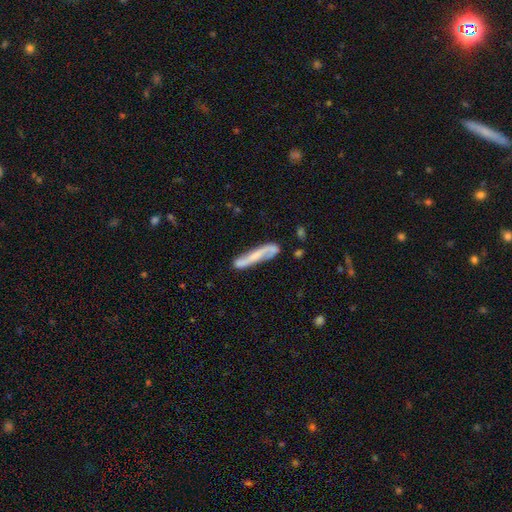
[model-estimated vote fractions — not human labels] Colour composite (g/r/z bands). It shows a featured or disk galaxy (60%). Merging: none (64%).